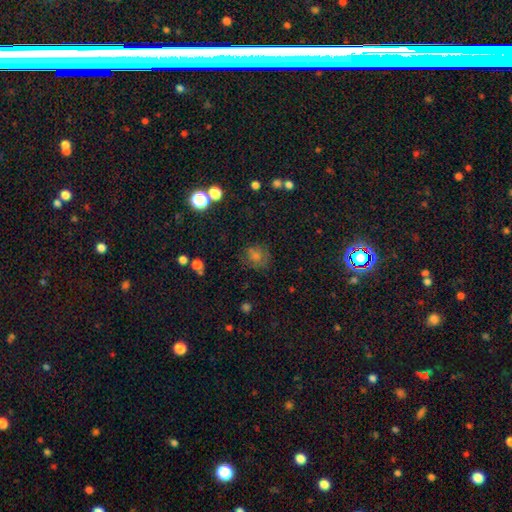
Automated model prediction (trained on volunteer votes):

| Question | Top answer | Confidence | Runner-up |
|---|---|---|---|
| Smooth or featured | smooth | 54% | star or artifact (33%) |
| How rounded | round | 83% | in between (16%) |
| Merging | none | 79% | minor disturbance (13%) |